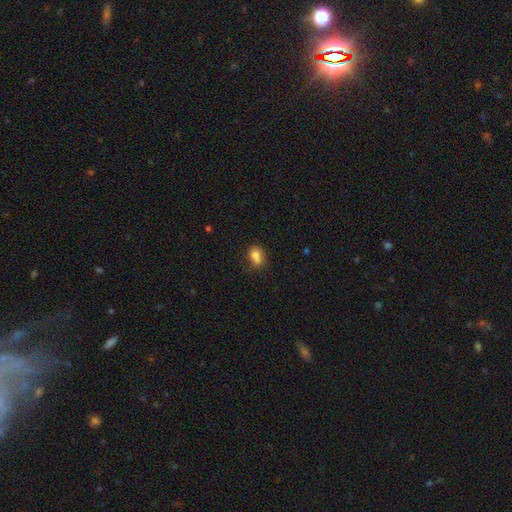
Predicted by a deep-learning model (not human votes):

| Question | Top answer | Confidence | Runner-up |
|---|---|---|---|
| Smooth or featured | smooth | 76% | featured or disk (13%) |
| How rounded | in between | 55% | round (44%) |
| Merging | merger | 40% | none (38%) |